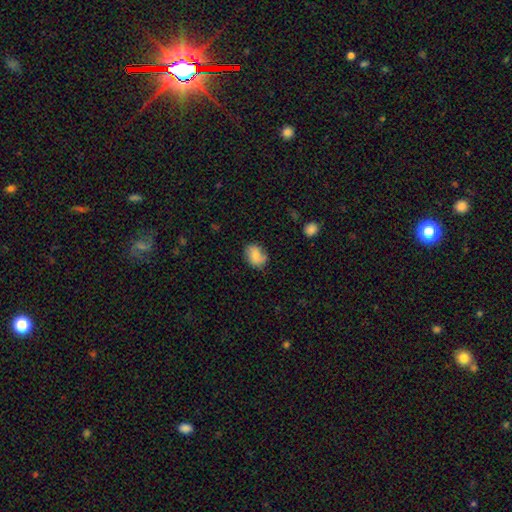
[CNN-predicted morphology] Q: Smooth or featured?
A: smooth (73%); runner-up: featured or disk (19%)
Q: How rounded?
A: in between (61%); runner-up: round (38%)
Q: Merging?
A: none (68%); runner-up: minor disturbance (24%)